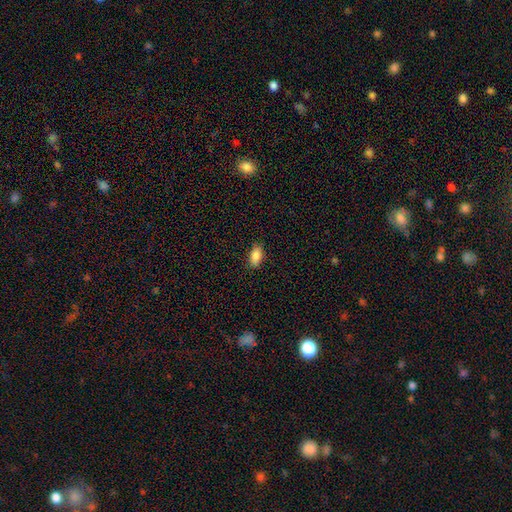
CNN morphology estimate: smooth 88%, star or artifact 8%, featured or disk 5%. Down the decision tree: how rounded — in between (90%); merging — none (87%).